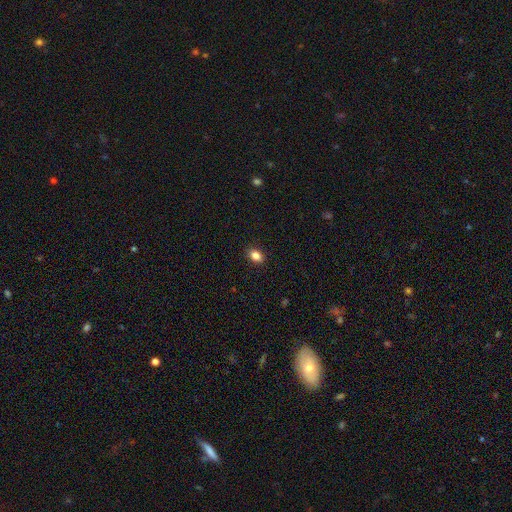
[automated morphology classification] smooth-or-featured: smooth: 85% | star or artifact: 10% | featured or disk: 5%
  how-rounded: in between: 79% | round: 19% | cigar-shaped: 2%
  merging: none: 90% | minor disturbance: 7% | major disturbance: 2% | merger: 1%